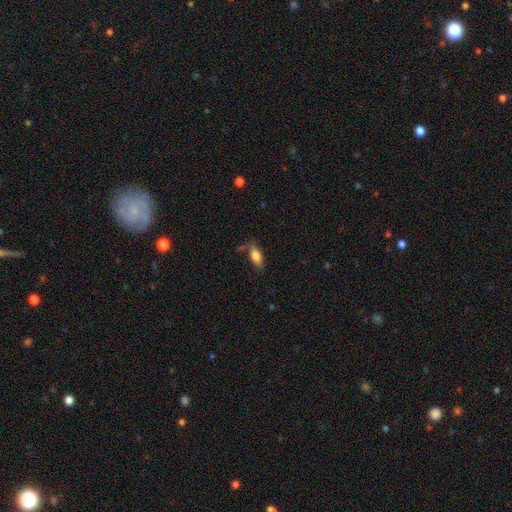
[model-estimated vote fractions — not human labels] Morphology: type=smooth (76%); roundness=in between (81%); merging=none (63%).